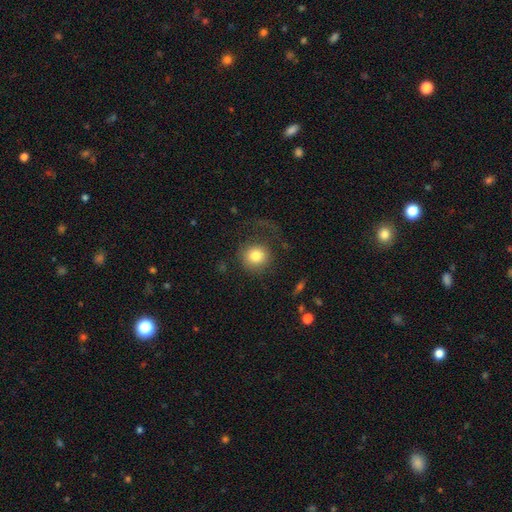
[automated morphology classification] This appears to be a smooth galaxy with no disk features (78%) that is round (91%). Merging: none (63%).